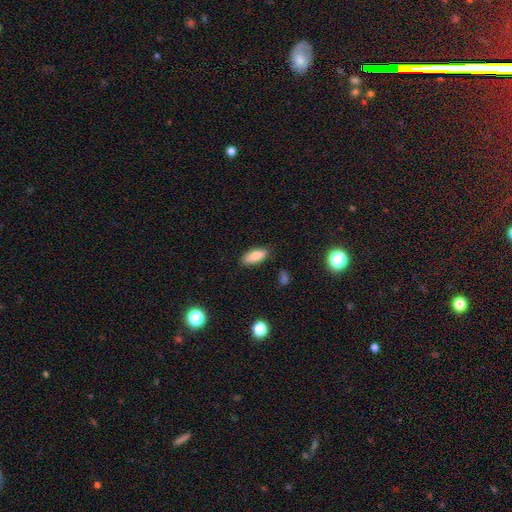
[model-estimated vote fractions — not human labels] smooth 86%, star or artifact 7%, featured or disk 7%. Down the decision tree: how rounded — in between (79%); merging — none (82%).